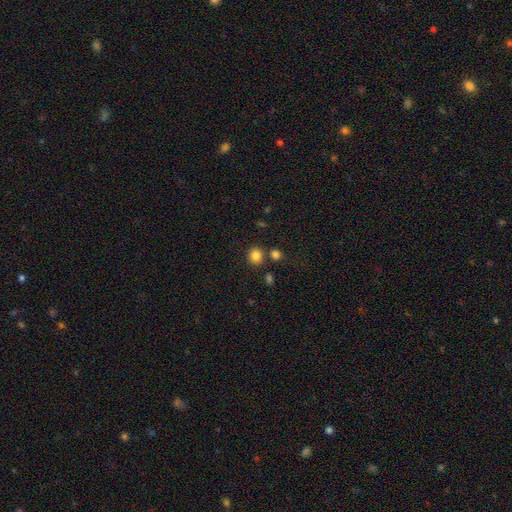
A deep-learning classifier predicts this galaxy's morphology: Smooth or featured? Predicted: smooth (p=0.83). How rounded? Predicted: round (p=0.87). Merging? Predicted: none (p=0.79).